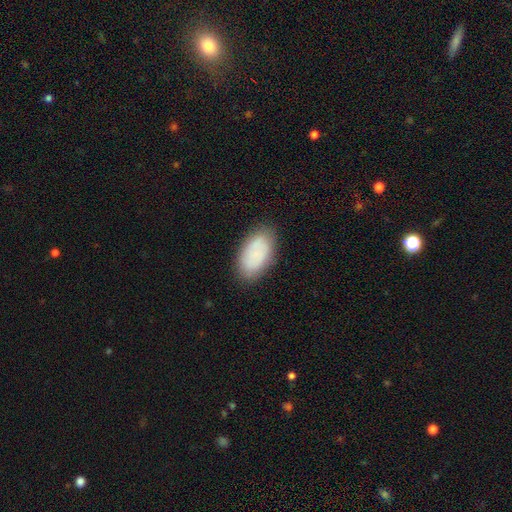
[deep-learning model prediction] Morphology: type=smooth (80%); roundness=in between (94%); merging=none (83%).